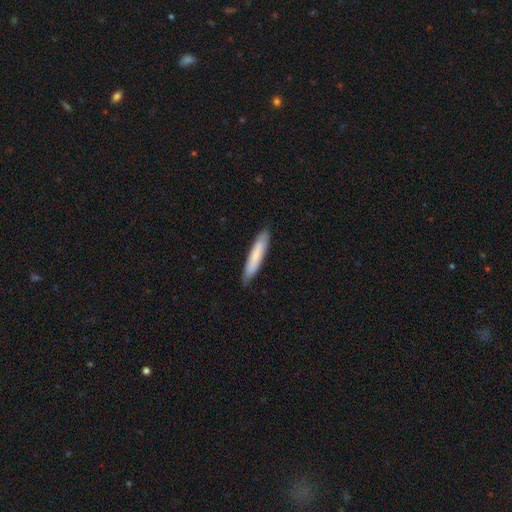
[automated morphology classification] A smooth galaxy with no disk features (76%) that is cigar-shaped (89%).

Vote fractions:
- Smooth or featured? smooth: 76% / featured or disk: 18% / star or artifact: 5%
- How rounded? cigar-shaped: 89% / in between: 9% / round: 1%
- Merging? none: 86% / minor disturbance: 11% / major disturbance: 2% / merger: 1%